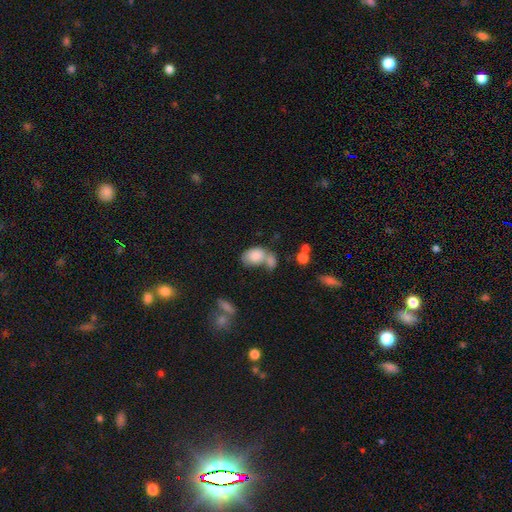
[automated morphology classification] This appears to be a smooth galaxy with no disk features (82%) that is in between round and cigar-shaped (80%). Merging: merger (50%).